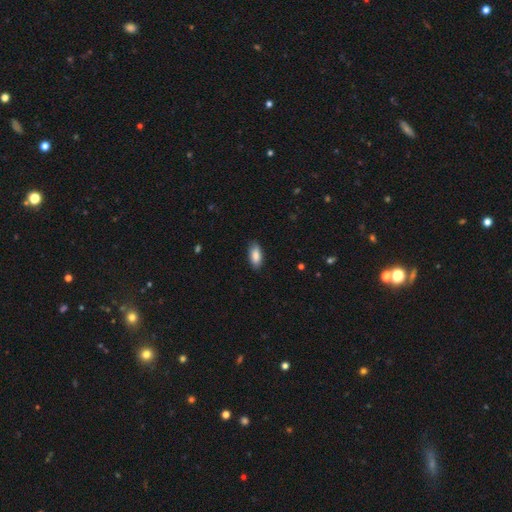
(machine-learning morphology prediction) smooth_or_featured: smooth (p=0.88) [alt: star or artifact p=0.06]
how_rounded: in between (p=0.86) [alt: cigar-shaped p=0.12]
merging: none (p=0.86) [alt: minor disturbance p=0.11]